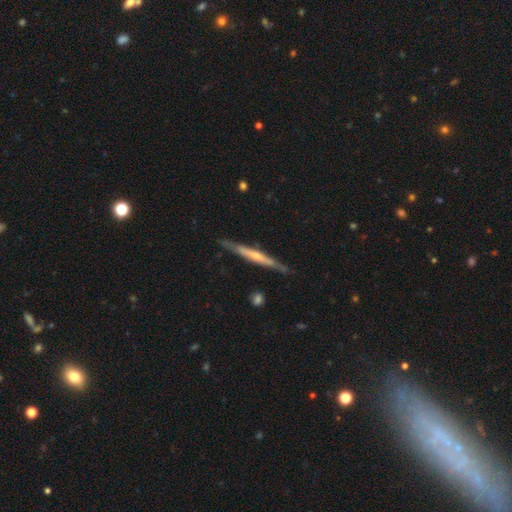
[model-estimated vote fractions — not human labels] smooth-or-featured: featured or disk: 69% | smooth: 26% | star or artifact: 5%
  disk-edge-on: yes: 95% | no: 5%
    edge-on-bulge: rounded: 56% | none: 36% | boxy: 8%
  merging: none: 82% | minor disturbance: 14% | major disturbance: 2% | merger: 2%